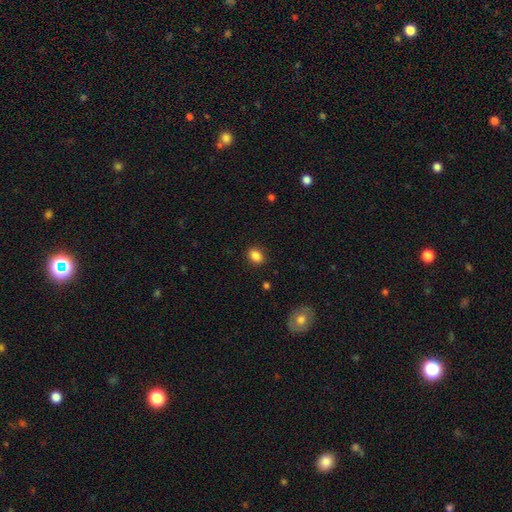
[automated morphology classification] smooth_or_featured: smooth (p=0.86) [alt: star or artifact p=0.09]
how_rounded: in between (p=0.69) [alt: round p=0.30]
merging: none (p=0.88) [alt: minor disturbance p=0.08]